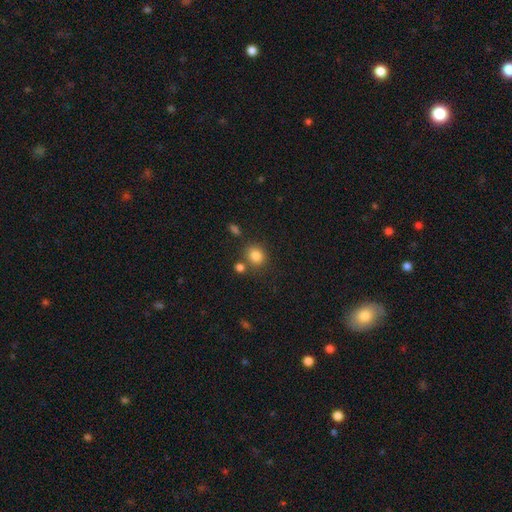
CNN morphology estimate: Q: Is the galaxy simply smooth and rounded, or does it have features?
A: smooth — 83%.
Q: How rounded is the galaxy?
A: round — 78%.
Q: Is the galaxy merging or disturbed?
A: none — 73%.